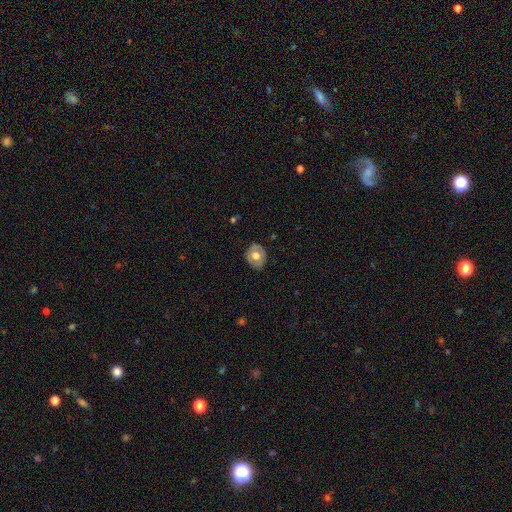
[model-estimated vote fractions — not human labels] Smooth or featured?
  - smooth: 55% *
  - featured or disk: 38%
  - star or artifact: 7%
How rounded?
  - round: 59% *
  - in between: 40%
  - cigar-shaped: 1%
Merging?
  - none: 81% *
  - minor disturbance: 15%
  - major disturbance: 3%
  - merger: 1%